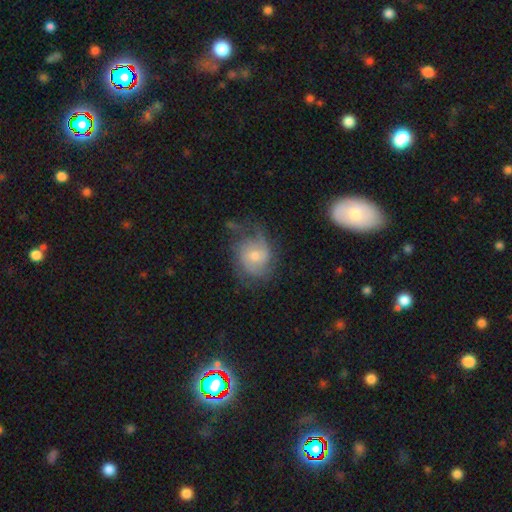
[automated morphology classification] smooth_or_featured: featured or disk (p=0.65) [alt: smooth p=0.26]
disk_edge_on: no (p=0.97) [alt: yes p=0.03]
bar: no (p=0.69) [alt: weak p=0.27]
has_spiral_arms: yes (p=0.88) [alt: no p=0.12]
spiral_winding: medium (p=0.41) [alt: tight p=0.37]
spiral_arm_count: 2 (p=0.38) [alt: can't tell p=0.29]
bulge_size: small (p=0.48) [alt: moderate p=0.46]
merging: none (p=0.53) [alt: minor disturbance p=0.25]